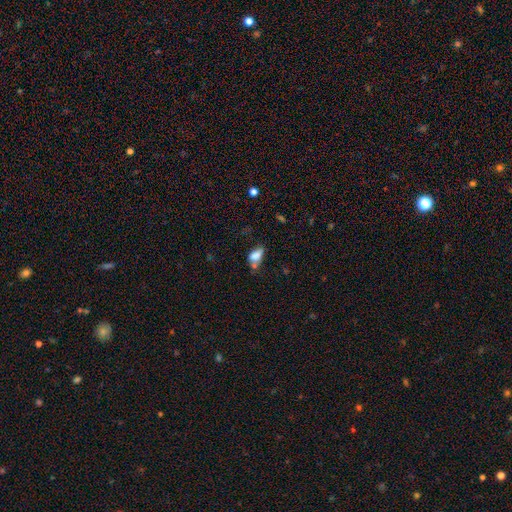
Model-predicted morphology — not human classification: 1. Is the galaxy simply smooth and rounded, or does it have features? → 77% smooth, 12% featured or disk, 11% star or artifact.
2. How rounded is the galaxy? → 86% in between, 8% round, 5% cigar-shaped.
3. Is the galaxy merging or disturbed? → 36% none, 25% merger, 25% minor disturbance, 15% major disturbance.